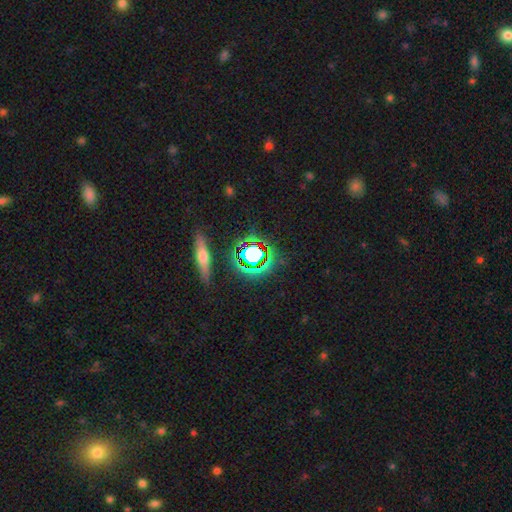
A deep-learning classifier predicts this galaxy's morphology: Smooth or featured? Predicted: star or artifact (p=0.63).